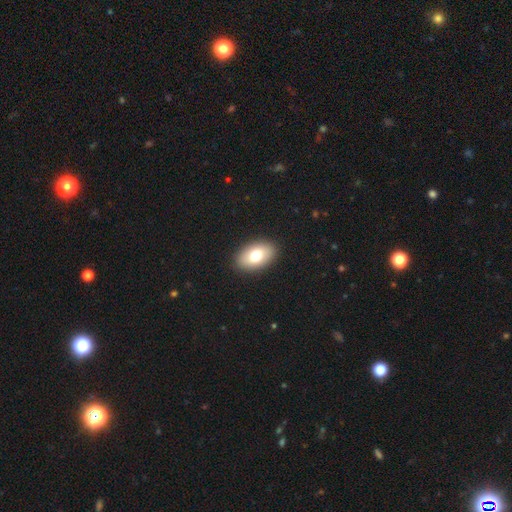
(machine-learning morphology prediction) Smooth or featured?
  - smooth: 75% *
  - featured or disk: 18%
  - star or artifact: 7%
How rounded?
  - in between: 91% *
  - round: 7%
  - cigar-shaped: 2%
Merging?
  - none: 90% *
  - minor disturbance: 7%
  - major disturbance: 2%
  - merger: 1%